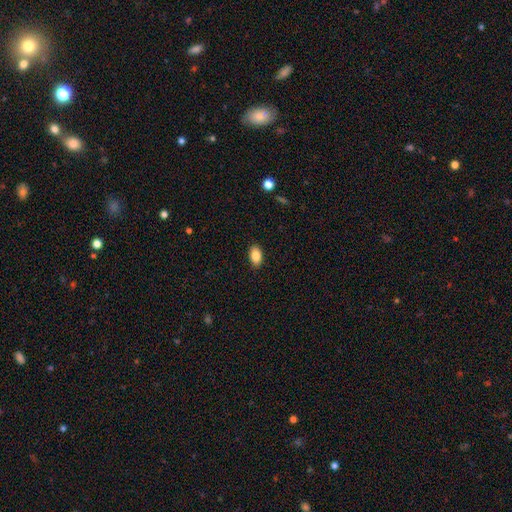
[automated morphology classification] This is clearly a smooth galaxy (86%). How rounded: clearly in between (91%). Merging: clearly none (88%).